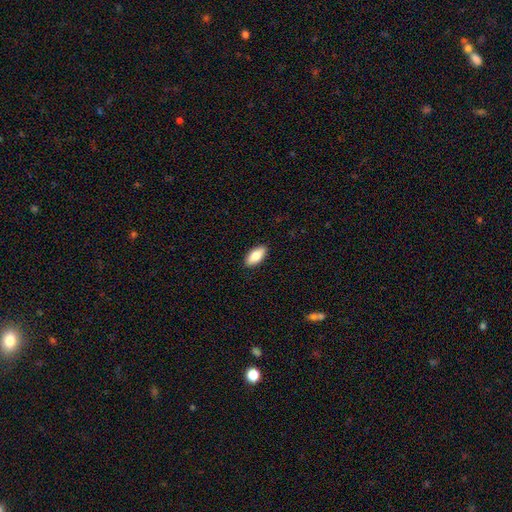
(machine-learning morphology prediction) The model was most divided on "smooth or featured": smooth: 82%, featured or disk: 12%, star or artifact: 6%. More confident: merging — none (90%); how rounded — in between (88%).